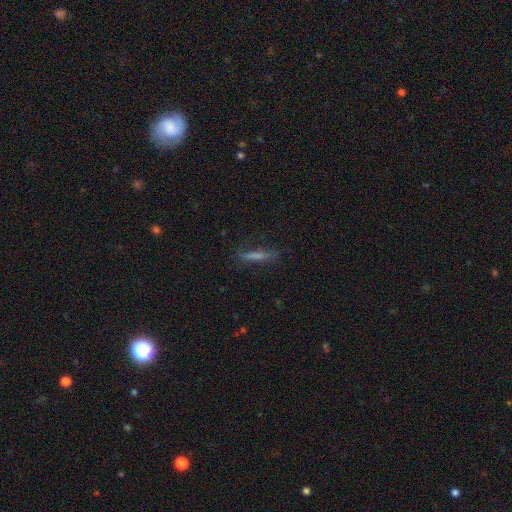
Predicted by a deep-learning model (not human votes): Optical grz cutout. It shows a smooth galaxy with no disk features (57%) that is cigar-shaped (91%). Merging: none (80%).